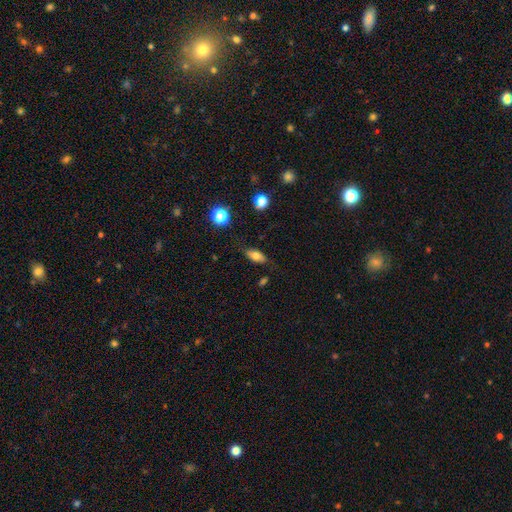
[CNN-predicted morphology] Smooth or featured? smooth (73%)
How rounded? in between (83%)
Merging? none (79%)